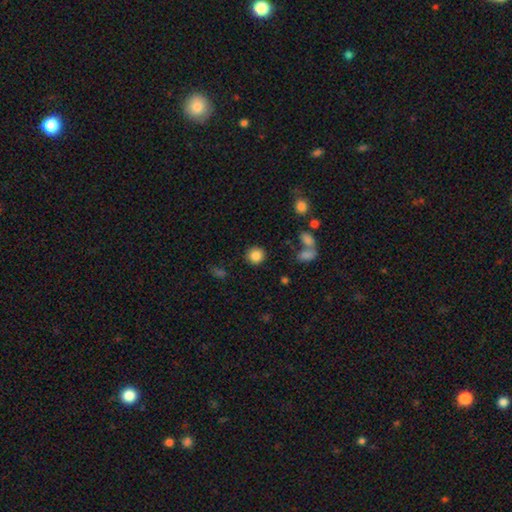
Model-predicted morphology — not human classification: Smooth or featured: smooth — 85% (star or artifact — 10%)
How rounded: round — 90% (in between — 9%)
Merging: none — 87% (minor disturbance — 7%)